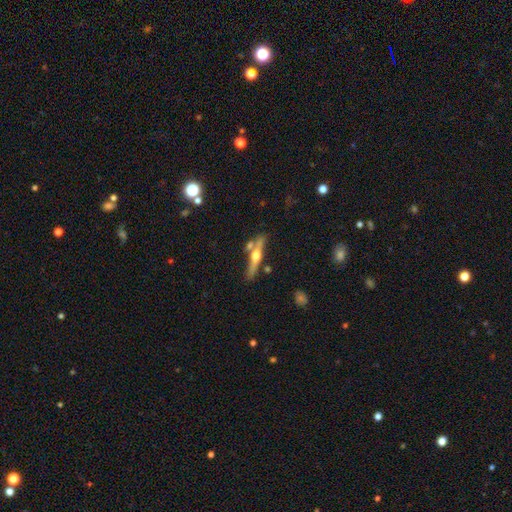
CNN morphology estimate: A featured or disk galaxy (69%) viewed edge-on (96%) with a rounded central bulge (95%).

Vote fractions:
- Smooth or featured? featured or disk: 69% / smooth: 25% / star or artifact: 6%
- Edge-on disk? yes: 96% / no: 4%
- Edge-on bulge? rounded: 95% / none: 3% / boxy: 2%
- Merging? none: 73% / minor disturbance: 12% / merger: 12% / major disturbance: 3%